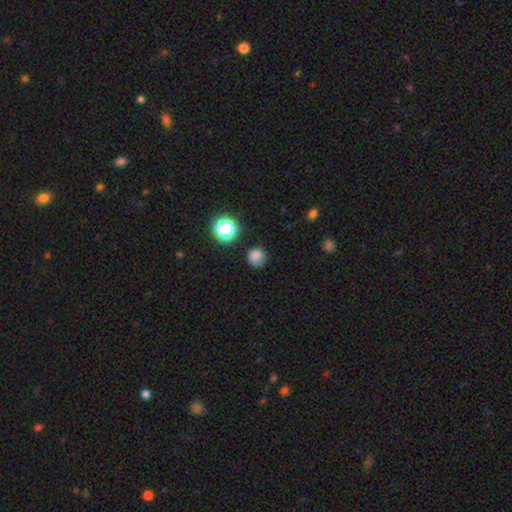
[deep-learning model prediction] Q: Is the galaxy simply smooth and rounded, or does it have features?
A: smooth — 79%.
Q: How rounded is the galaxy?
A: round — 91%.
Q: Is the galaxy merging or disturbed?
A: none — 75%.